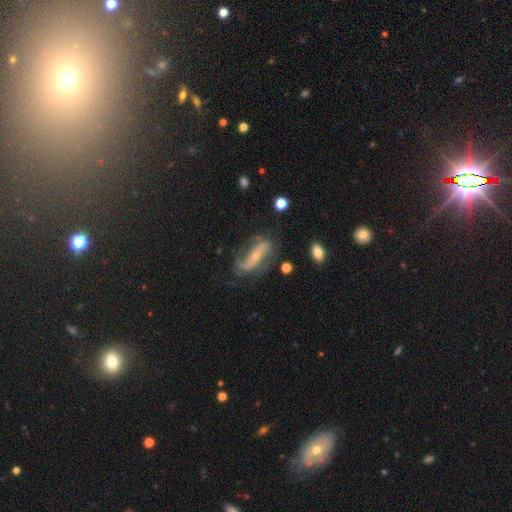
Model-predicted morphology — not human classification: featured or disk 83%, smooth 10%, star or artifact 7%. Down the decision tree: edge-on disk — no (89%); bar — strong (45%); spiral arms — yes (92%); spiral arm count — 2 (82%); spiral winding — loose (55%); bulge size — small (71%); merging — none (62%).